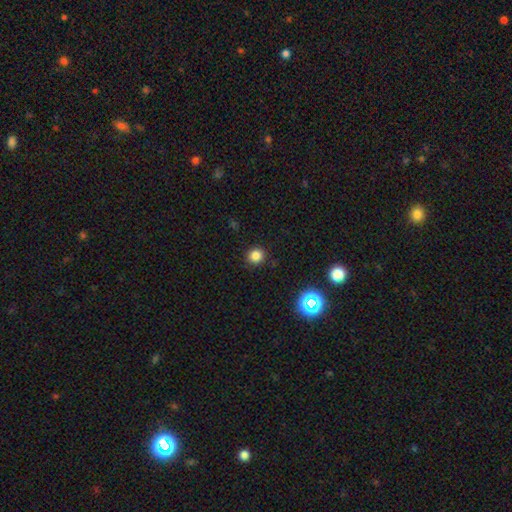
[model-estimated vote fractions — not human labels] A smooth galaxy with no disk features (81%) that is round (86%). Merging: none (90%).